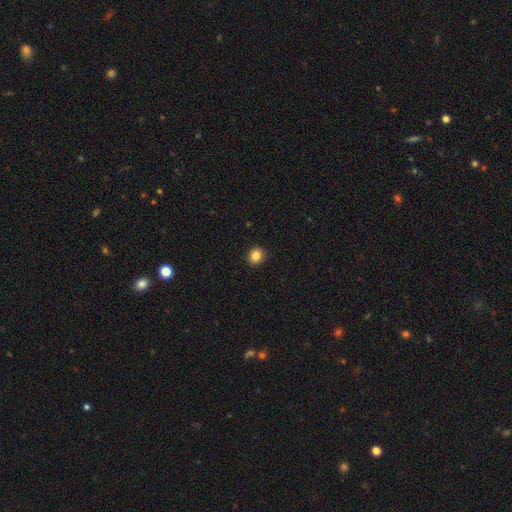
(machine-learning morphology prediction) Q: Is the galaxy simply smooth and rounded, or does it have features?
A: smooth — 85%.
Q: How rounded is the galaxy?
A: round — 80%.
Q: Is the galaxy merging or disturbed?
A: none — 91%.